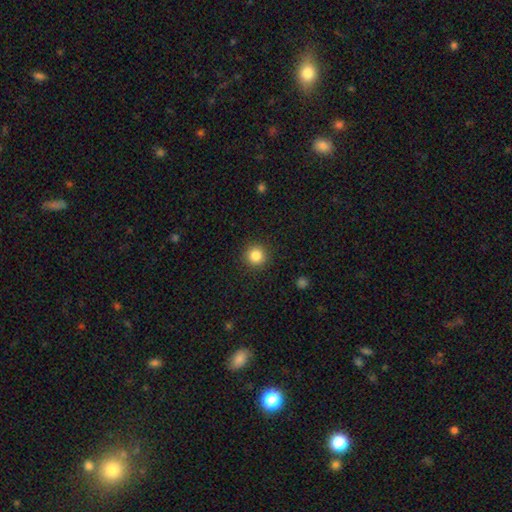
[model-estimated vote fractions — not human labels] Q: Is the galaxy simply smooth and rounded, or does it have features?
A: smooth — 85%.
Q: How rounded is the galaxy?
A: round — 95%.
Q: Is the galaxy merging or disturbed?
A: none — 91%.